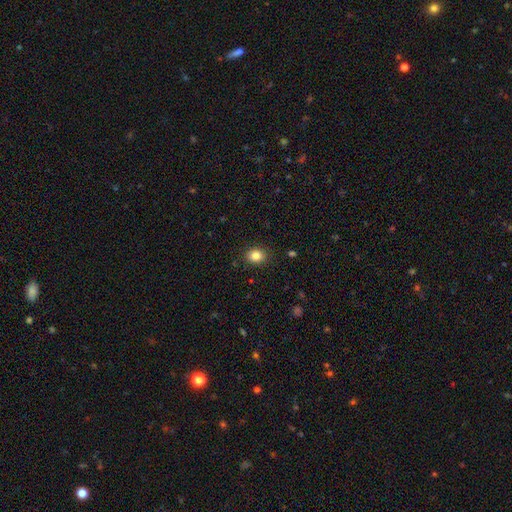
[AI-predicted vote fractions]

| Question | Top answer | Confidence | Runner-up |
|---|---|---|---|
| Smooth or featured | smooth | 84% | star or artifact (11%) |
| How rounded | round | 59% | in between (40%) |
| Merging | none | 90% | minor disturbance (7%) |